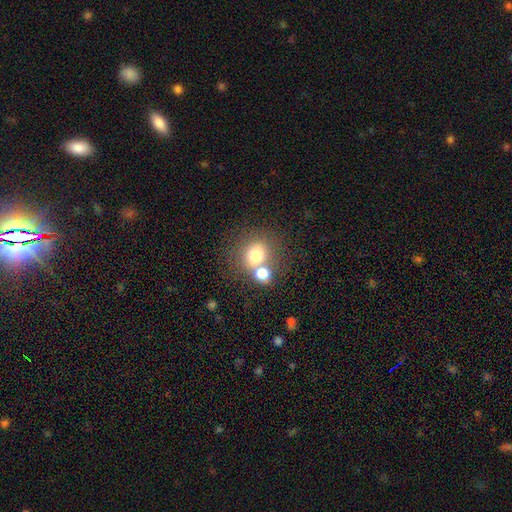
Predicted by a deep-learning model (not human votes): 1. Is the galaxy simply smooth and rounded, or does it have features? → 73% smooth, 14% star or artifact, 13% featured or disk.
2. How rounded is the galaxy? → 78% round, 21% in between, 1% cigar-shaped.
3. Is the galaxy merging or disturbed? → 47% none, 41% merger, 8% minor disturbance, 4% major disturbance.